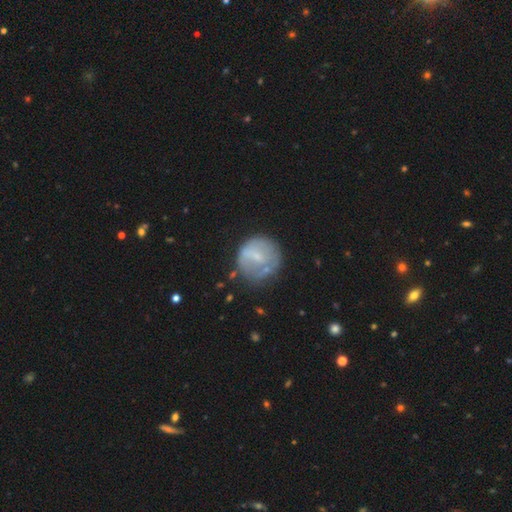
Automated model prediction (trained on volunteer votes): Smooth or featured: smooth — 53% (featured or disk — 39%)
How rounded: round — 90% (in between — 9%)
Merging: none — 59% (minor disturbance — 23%)